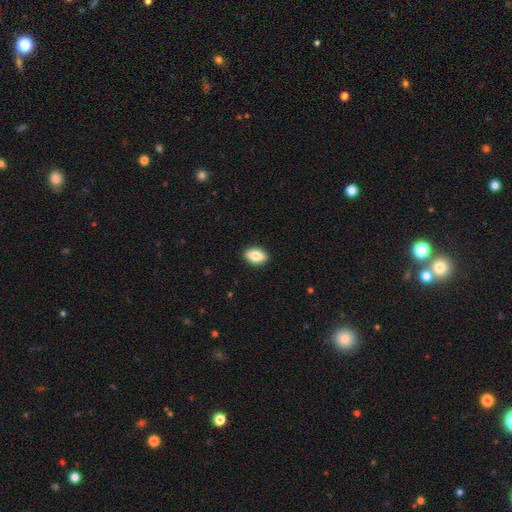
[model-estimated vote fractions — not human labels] Morphology: type=smooth (80%); roundness=in between (87%); merging=none (89%).